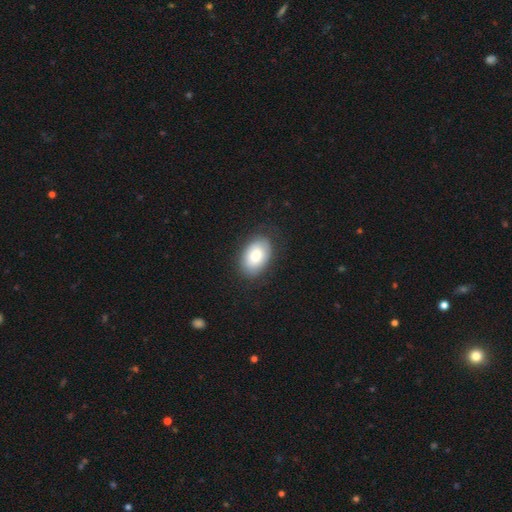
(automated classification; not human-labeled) Overall: smooth (80%). How rounded: in between (89%). Merging: none (80%).